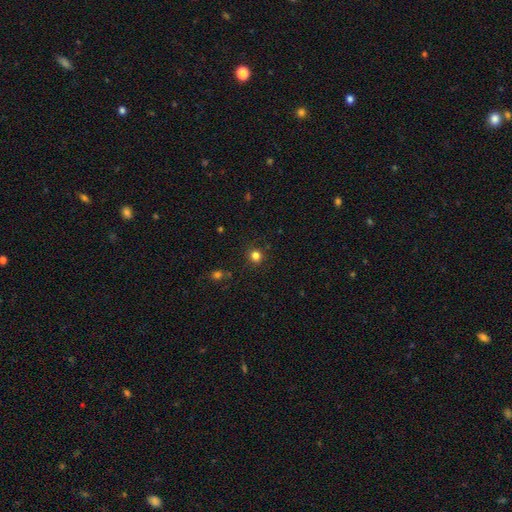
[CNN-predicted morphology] This appears to be a smooth galaxy with no disk features (81%) that is round (89%). Merging: none (88%).